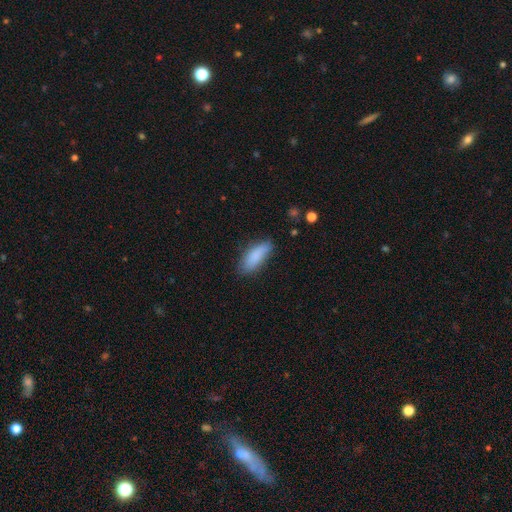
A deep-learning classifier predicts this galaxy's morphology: smooth-or-featured: smooth: 86% | featured or disk: 7% | star or artifact: 7%
  how-rounded: in between: 67% | cigar-shaped: 31% | round: 2%
  merging: none: 75% | minor disturbance: 19% | major disturbance: 4% | merger: 2%